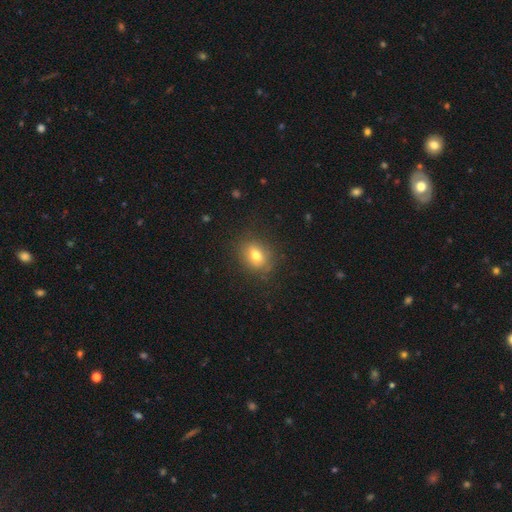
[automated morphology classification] A smooth galaxy with no disk features (75%) that is in between round and cigar-shaped (52%).

Vote fractions:
- Smooth or featured? smooth: 75% / featured or disk: 13% / star or artifact: 12%
- How rounded? in between: 52% / round: 46% / cigar-shaped: 1%
- Merging? none: 82% / minor disturbance: 12% / major disturbance: 4% / merger: 1%